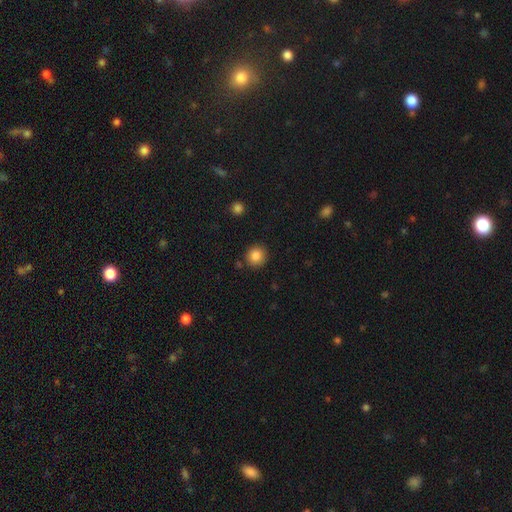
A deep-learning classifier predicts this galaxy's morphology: Smooth or featured?
  - smooth: 85% *
  - star or artifact: 10%
  - featured or disk: 5%
How rounded?
  - round: 92% *
  - in between: 8%
  - cigar-shaped: 1%
Merging?
  - none: 88% *
  - minor disturbance: 7%
  - merger: 3%
  - major disturbance: 2%